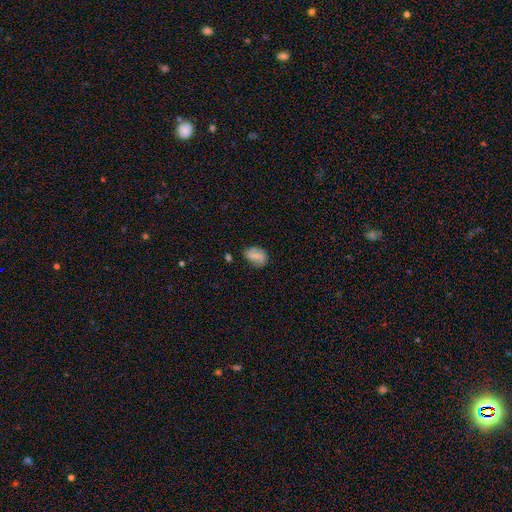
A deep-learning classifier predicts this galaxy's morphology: type=smooth (54%); roundness=in between (75%); merging=none (67%).